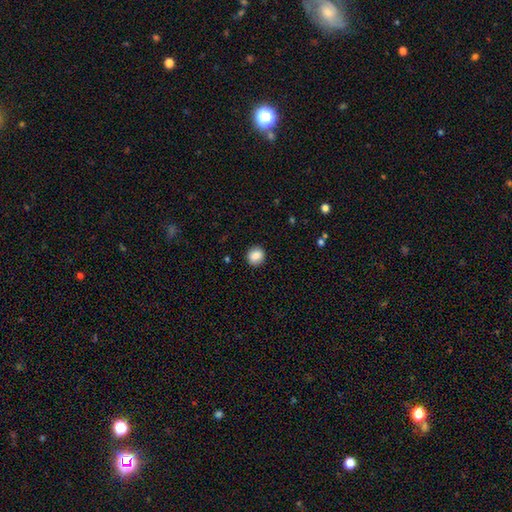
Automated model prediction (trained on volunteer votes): smooth 87%, star or artifact 9%, featured or disk 4%. Down the decision tree: how rounded — round (82%); merging — none (91%).